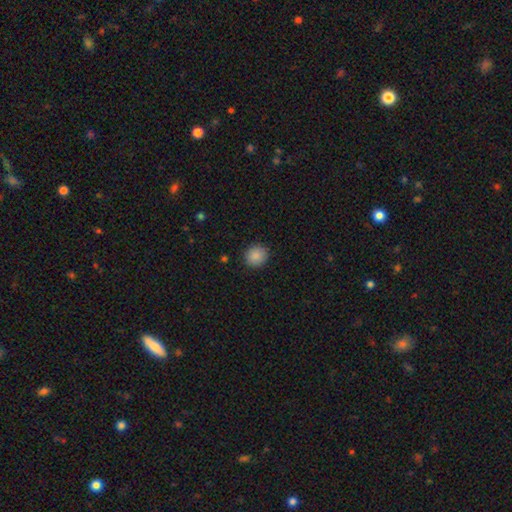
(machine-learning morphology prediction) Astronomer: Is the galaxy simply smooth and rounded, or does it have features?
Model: smooth — 88%.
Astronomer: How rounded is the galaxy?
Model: round — 85%.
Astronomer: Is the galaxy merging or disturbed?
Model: none — 90%.